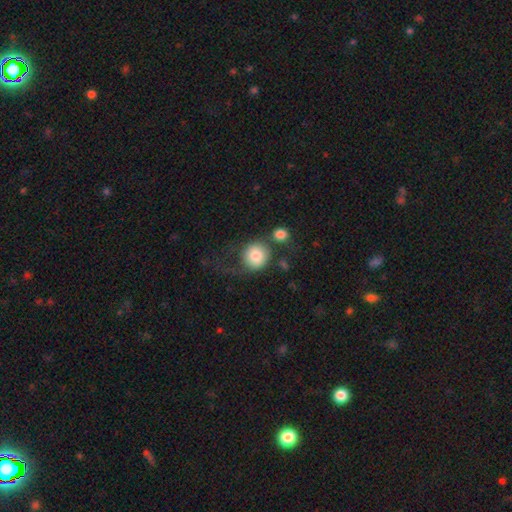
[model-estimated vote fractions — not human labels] Morphology: type=smooth (80%); roundness=round (88%); merging=none (51%).